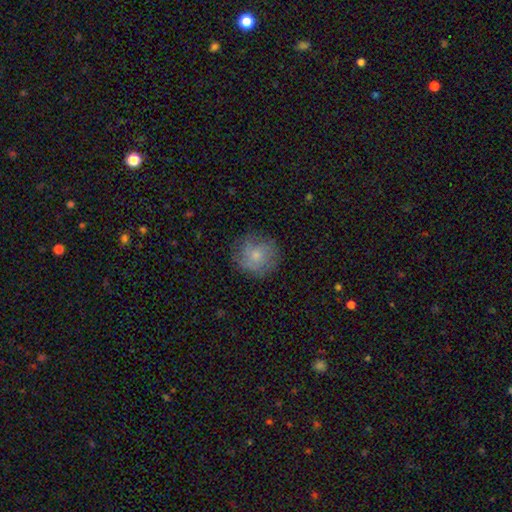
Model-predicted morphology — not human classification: smooth-or-featured: smooth: 66% | featured or disk: 25% | star or artifact: 9%
  how-rounded: round: 91% | in between: 8% | cigar-shaped: 1%
  merging: none: 77% | minor disturbance: 16% | major disturbance: 6% | merger: 1%